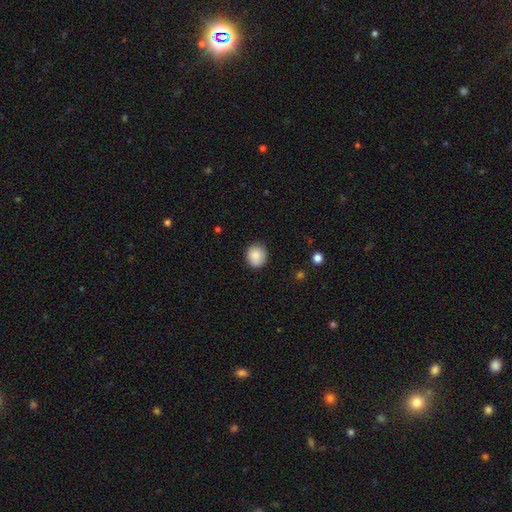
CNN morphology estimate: This appears to be a smooth galaxy with no disk features (87%) that is round (82%). Merging: none (86%).